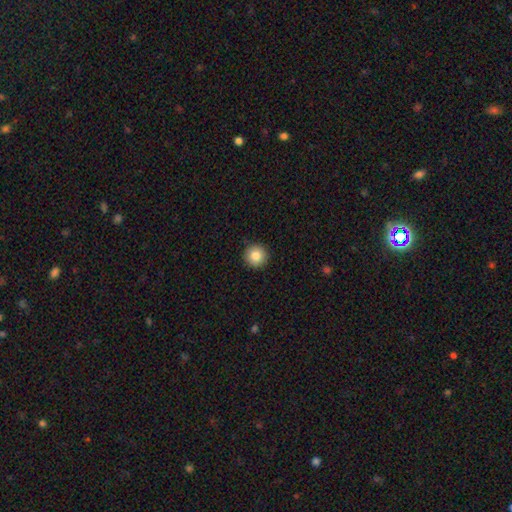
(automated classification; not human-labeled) smooth-or-featured: smooth: 85% | star or artifact: 9% | featured or disk: 6%
  how-rounded: round: 96% | in between: 3% | cigar-shaped: 1%
  merging: none: 92% | minor disturbance: 5% | major disturbance: 2% | merger: 1%